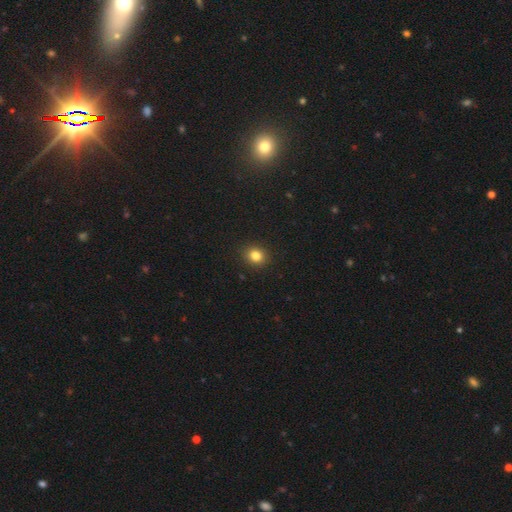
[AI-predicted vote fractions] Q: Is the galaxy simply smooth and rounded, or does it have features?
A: smooth — 82%.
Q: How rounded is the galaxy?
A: round — 76%.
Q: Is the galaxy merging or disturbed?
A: none — 91%.